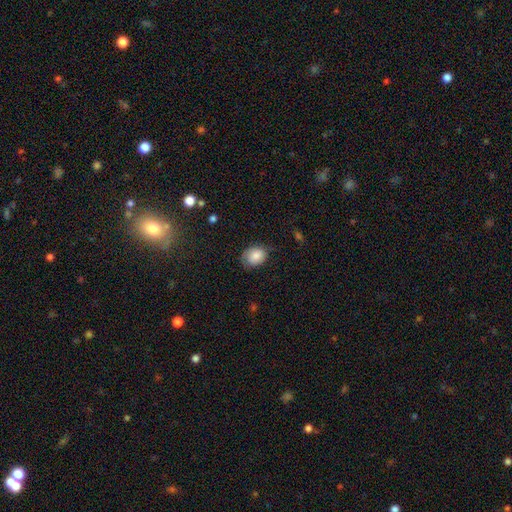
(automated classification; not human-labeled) A smooth galaxy with no disk features (83%) that is in between round and cigar-shaped (59%).

Vote fractions:
- Smooth or featured? smooth: 83% / featured or disk: 9% / star or artifact: 8%
- How rounded? in between: 59% / round: 40% / cigar-shaped: 1%
- Merging? none: 68% / minor disturbance: 25% / major disturbance: 6% / merger: 1%